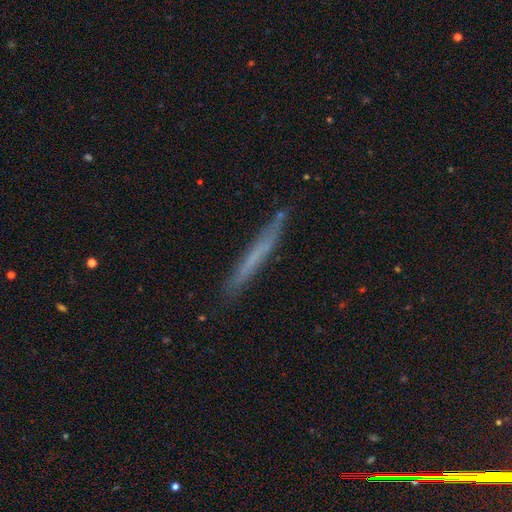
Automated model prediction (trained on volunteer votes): Q: Smooth or featured?
A: smooth (52%); runner-up: featured or disk (41%)
Q: How rounded?
A: cigar-shaped (97%); runner-up: in between (2%)
Q: Merging?
A: none (87%); runner-up: minor disturbance (10%)